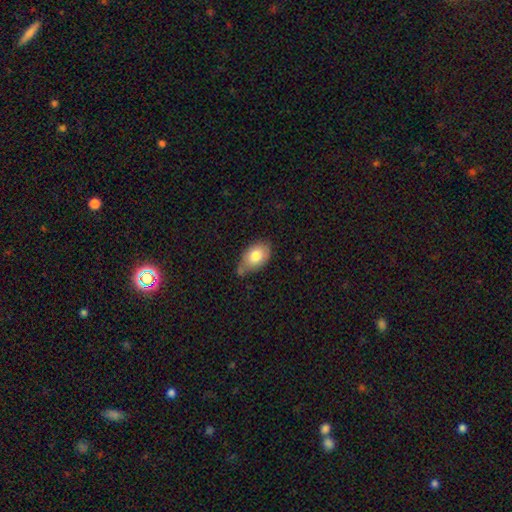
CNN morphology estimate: Q: Smooth or featured?
A: smooth (78%); runner-up: featured or disk (15%)
Q: How rounded?
A: in between (86%); runner-up: round (13%)
Q: Merging?
A: none (54%); runner-up: minor disturbance (31%)